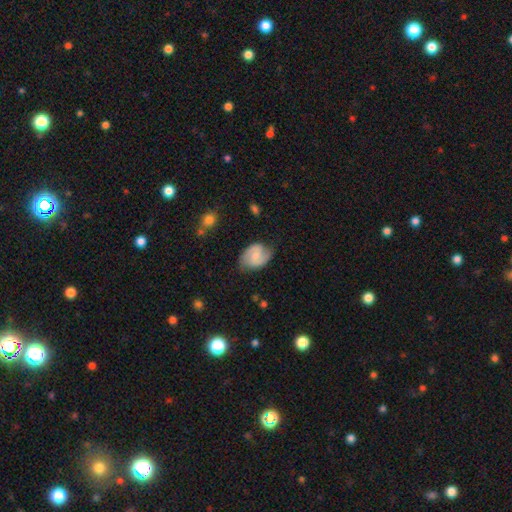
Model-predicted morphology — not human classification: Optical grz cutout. It shows a featured or disk galaxy (68%) with a weak bar (47%), 2 (87%) medium (50%) spiral arms (92%) and a small central bulge (54%). Merging: none (71%).